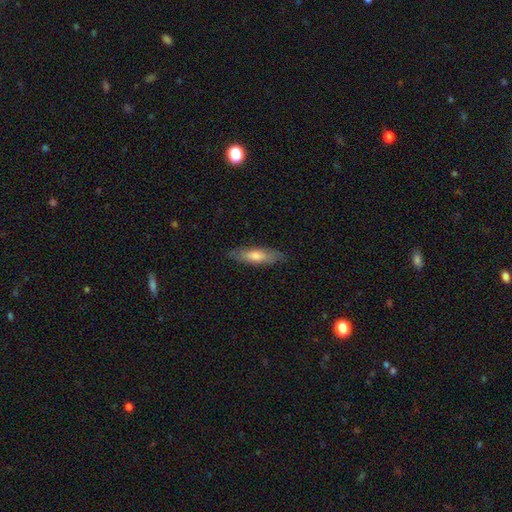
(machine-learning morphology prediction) Smooth or featured?
  - smooth: 57% *
  - featured or disk: 36%
  - star or artifact: 7%
How rounded?
  - cigar-shaped: 65% *
  - in between: 33%
  - round: 2%
Merging?
  - none: 85% *
  - minor disturbance: 12%
  - major disturbance: 2%
  - merger: 1%